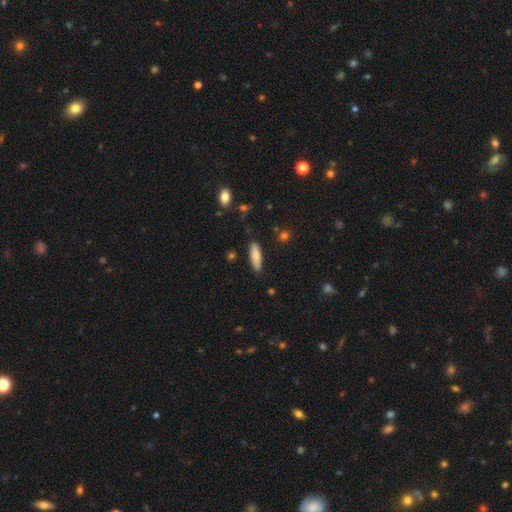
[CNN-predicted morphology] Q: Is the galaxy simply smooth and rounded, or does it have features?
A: smooth — 84%.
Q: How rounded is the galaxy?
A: in between — 51%.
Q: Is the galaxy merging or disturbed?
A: none — 85%.